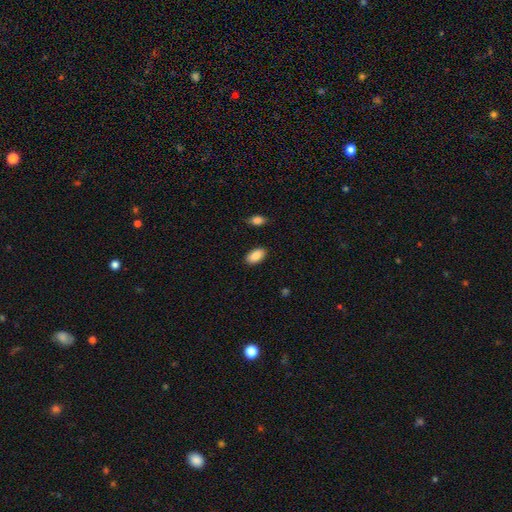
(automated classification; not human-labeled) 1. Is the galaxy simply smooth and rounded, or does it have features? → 87% smooth, 7% star or artifact, 6% featured or disk.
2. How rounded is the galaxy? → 94% in between, 4% round, 2% cigar-shaped.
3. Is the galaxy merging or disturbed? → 88% none, 9% minor disturbance, 2% major disturbance, 2% merger.